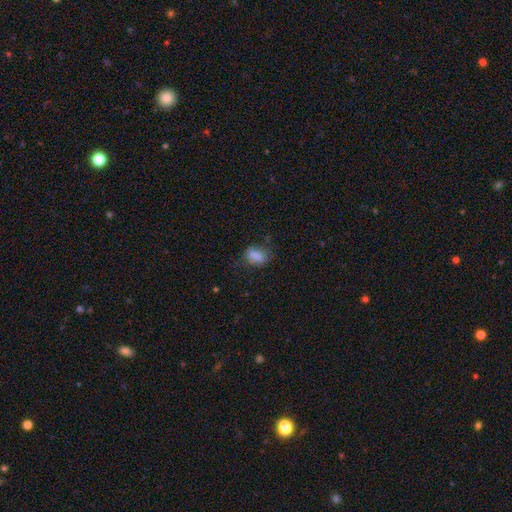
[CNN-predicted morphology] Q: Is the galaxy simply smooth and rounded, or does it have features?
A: smooth — 80%.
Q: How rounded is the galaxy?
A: in between — 81%.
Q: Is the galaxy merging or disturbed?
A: none — 60%.